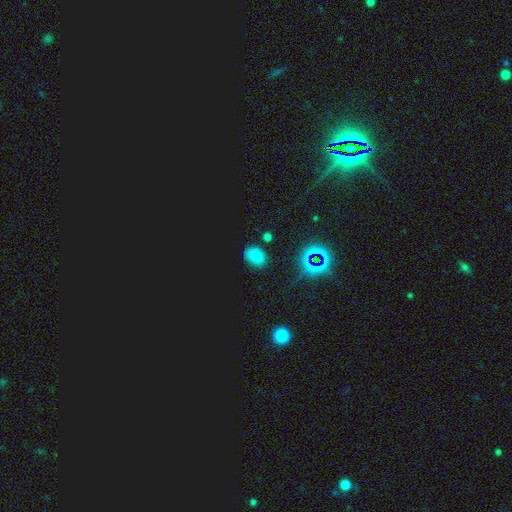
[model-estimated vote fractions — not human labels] Smooth or featured: smooth — 59% (star or artifact — 34%)
How rounded: in between — 68% (round — 30%)
Merging: none — 76% (minor disturbance — 15%)